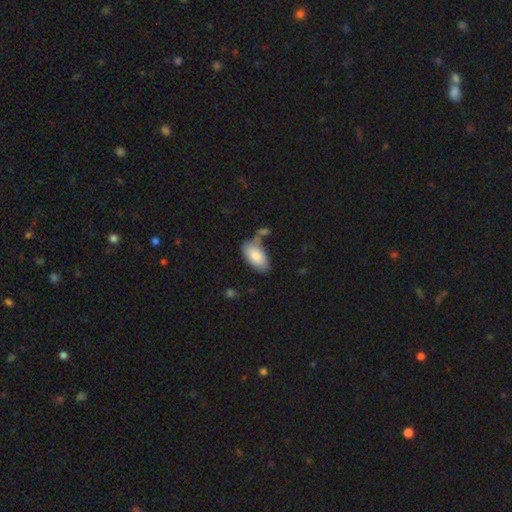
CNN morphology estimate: Overall: smooth (84%). How rounded: in between (94%). Merging: none (57%; minor disturbance 22%).